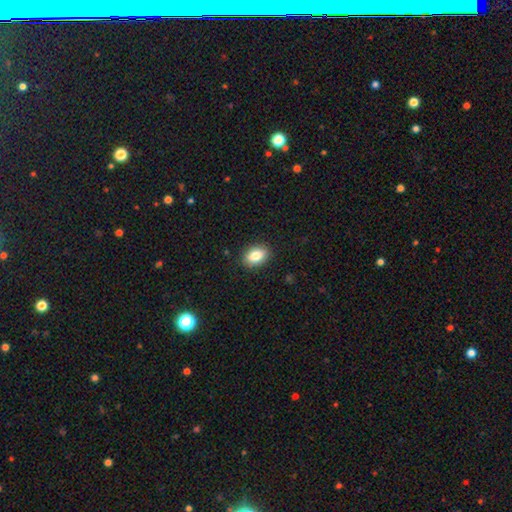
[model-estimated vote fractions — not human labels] A smooth galaxy with no disk features (84%) that is in between round and cigar-shaped (84%).

Vote fractions:
- Smooth or featured? smooth: 84% / star or artifact: 8% / featured or disk: 8%
- How rounded? in between: 84% / round: 14% / cigar-shaped: 2%
- Merging? none: 89% / minor disturbance: 8% / major disturbance: 2% / merger: 1%